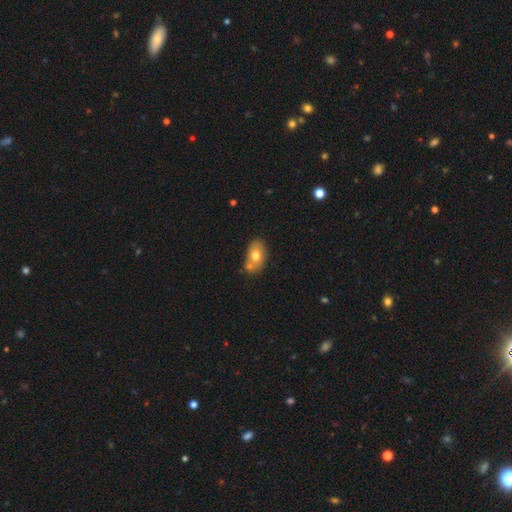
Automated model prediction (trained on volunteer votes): Morphology: type=smooth (70%); roundness=in between (83%); merging=none (54%).